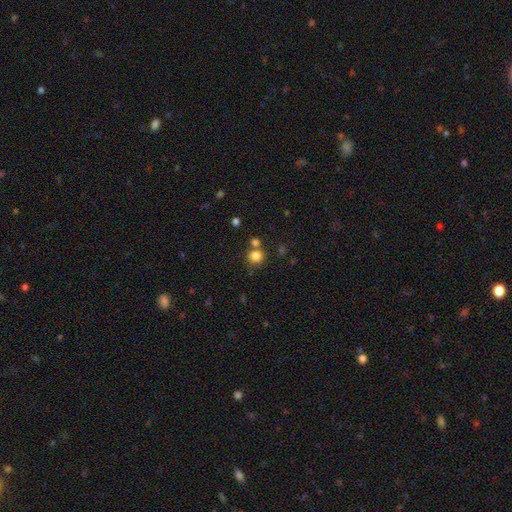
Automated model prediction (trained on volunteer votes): Q: Smooth or featured?
A: smooth (82%); runner-up: star or artifact (13%)
Q: How rounded?
A: round (91%); runner-up: in between (8%)
Q: Merging?
A: none (66%); runner-up: merger (21%)